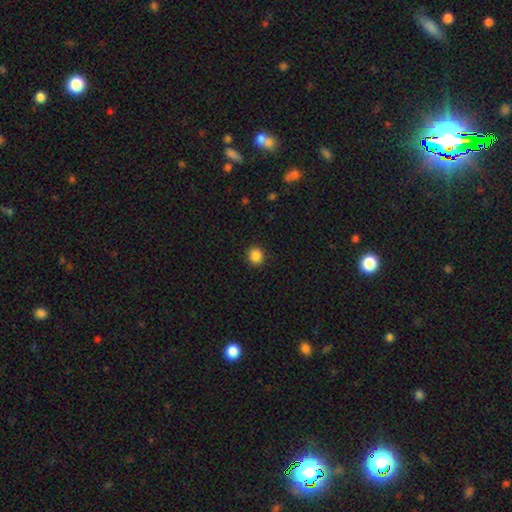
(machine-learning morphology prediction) The model was most divided on "how rounded": round: 86%, in between: 13%, cigar-shaped: 1%. More confident: merging — none (91%); smooth or featured — smooth (87%).